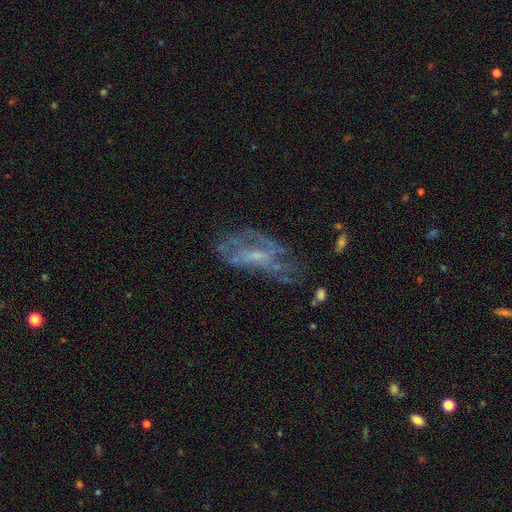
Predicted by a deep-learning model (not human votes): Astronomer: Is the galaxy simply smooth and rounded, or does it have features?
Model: featured or disk — 68%.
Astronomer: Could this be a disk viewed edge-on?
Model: no — 92%.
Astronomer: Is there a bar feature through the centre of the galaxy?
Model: no — 58% (runner-up: weak, 33%).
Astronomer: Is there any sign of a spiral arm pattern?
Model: yes — 52% (runner-up: no, 48%).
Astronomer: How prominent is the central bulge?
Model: small — 49% (runner-up: none, 26%).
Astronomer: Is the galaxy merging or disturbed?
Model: none — 42% (runner-up: major disturbance, 31%).